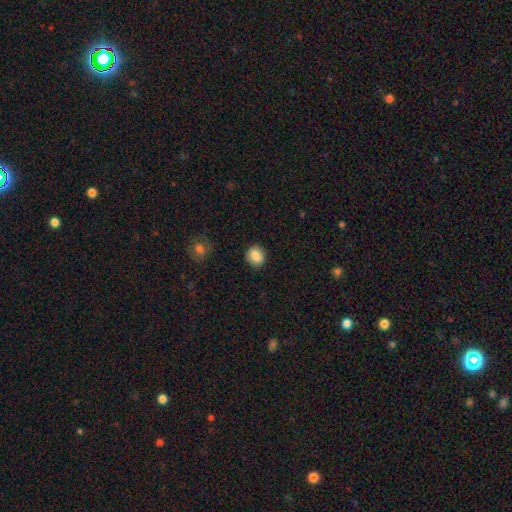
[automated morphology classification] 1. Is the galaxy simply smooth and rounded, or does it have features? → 87% smooth, 9% star or artifact, 5% featured or disk.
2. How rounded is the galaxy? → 72% round, 27% in between, 1% cigar-shaped.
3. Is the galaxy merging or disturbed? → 90% none, 7% minor disturbance, 2% major disturbance, 1% merger.